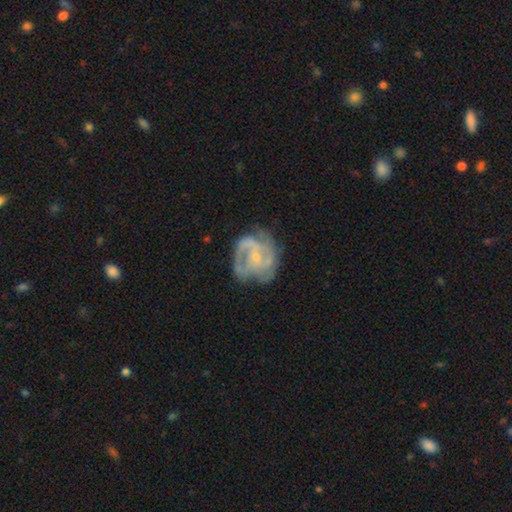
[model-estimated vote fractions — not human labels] This appears to be a featured or disk galaxy (83%) with no bar (53%), 2 (44%) medium (47%) spiral arms (92%) and a small central bulge (71%). Merging: none (60%).